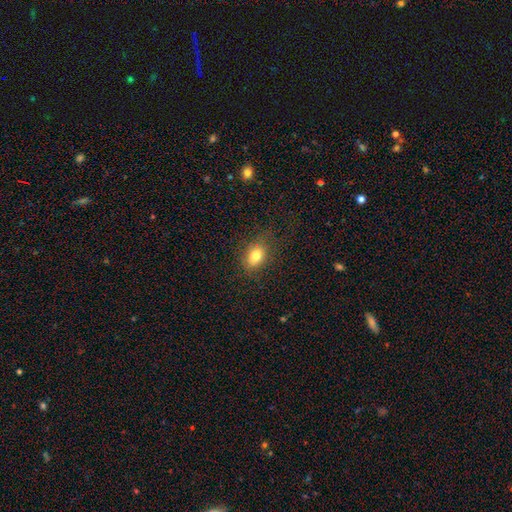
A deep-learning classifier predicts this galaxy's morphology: Overall: smooth (79%). How rounded: in between (72%). Merging: none (79%).